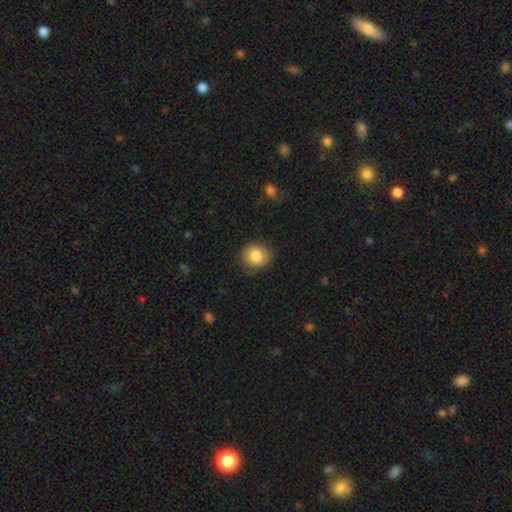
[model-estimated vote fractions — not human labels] Smooth or featured? smooth (85%)
How rounded? round (80%)
Merging? none (85%)